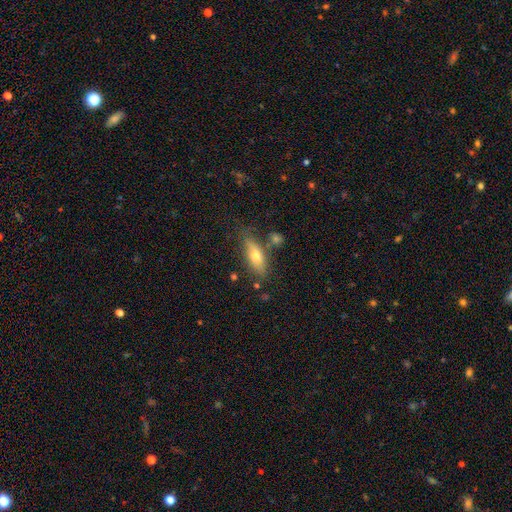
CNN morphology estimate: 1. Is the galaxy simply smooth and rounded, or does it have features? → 62% smooth, 30% featured or disk, 8% star or artifact.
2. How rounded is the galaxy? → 58% in between, 39% cigar-shaped, 4% round.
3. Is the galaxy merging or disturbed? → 72% none, 17% minor disturbance, 7% merger, 5% major disturbance.